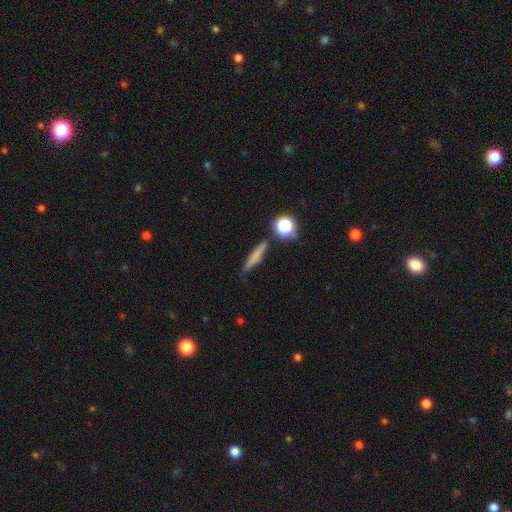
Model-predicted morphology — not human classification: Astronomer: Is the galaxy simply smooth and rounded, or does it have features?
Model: smooth — 65%.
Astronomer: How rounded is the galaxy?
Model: cigar-shaped — 82%.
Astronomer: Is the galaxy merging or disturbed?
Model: none — 75%.